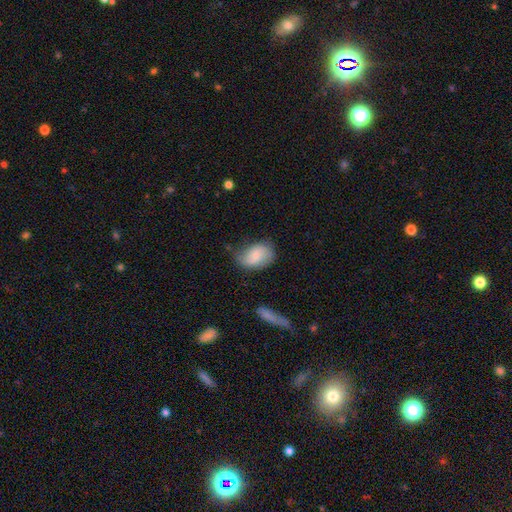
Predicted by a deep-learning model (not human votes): Smooth or featured: smooth — 66% (featured or disk — 27%)
How rounded: in between — 83% (round — 16%)
Merging: none — 49% (minor disturbance — 34%)